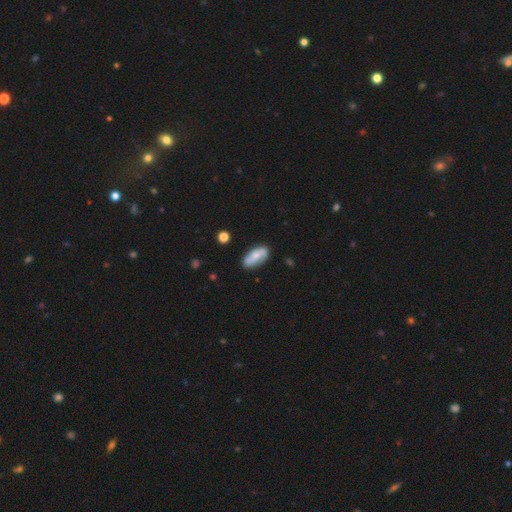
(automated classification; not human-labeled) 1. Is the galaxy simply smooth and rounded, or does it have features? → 53% smooth, 40% featured or disk, 7% star or artifact.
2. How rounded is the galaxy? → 85% in between, 12% cigar-shaped, 3% round.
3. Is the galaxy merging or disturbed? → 79% none, 16% minor disturbance, 3% major disturbance, 3% merger.